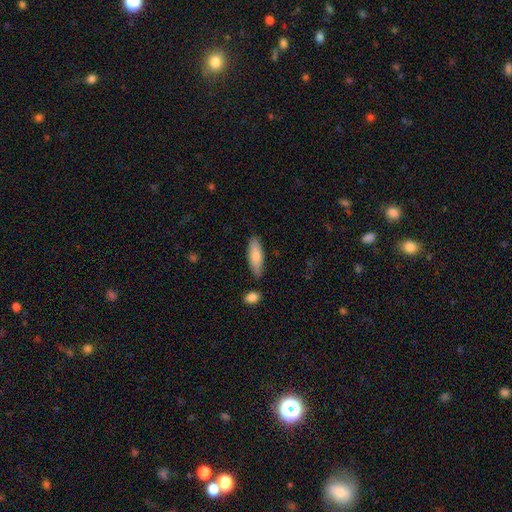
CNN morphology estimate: type=smooth (81%); roundness=in between (55%); merging=none (82%).